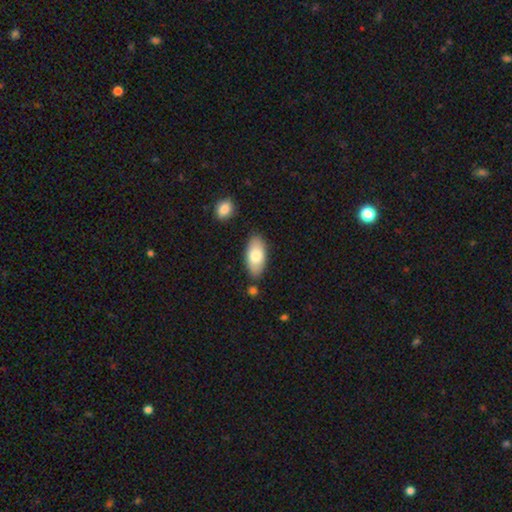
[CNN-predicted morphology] Smooth or featured: smooth — 77% (featured or disk — 17%)
How rounded: in between — 92% (cigar-shaped — 6%)
Merging: none — 82% (minor disturbance — 11%)